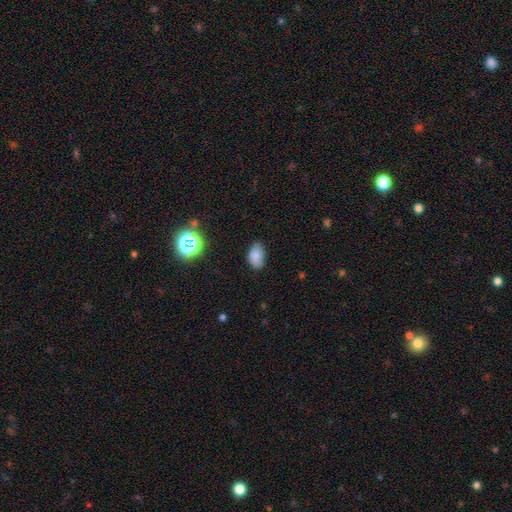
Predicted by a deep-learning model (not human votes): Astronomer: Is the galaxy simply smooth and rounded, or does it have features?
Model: smooth — 80%.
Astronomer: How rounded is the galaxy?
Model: in between — 89%.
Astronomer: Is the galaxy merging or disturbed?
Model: none — 72%.